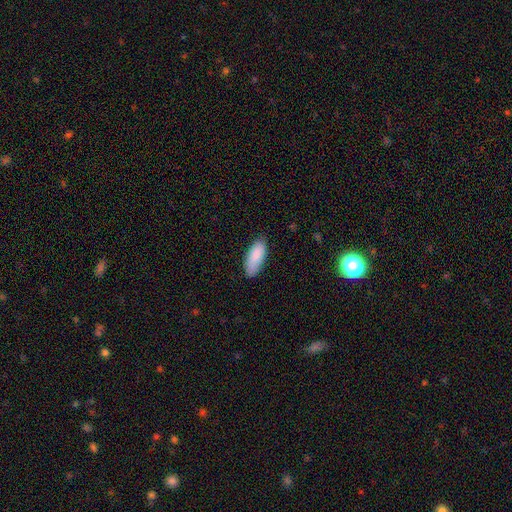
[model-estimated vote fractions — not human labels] Overall: smooth (88%). How rounded: in between (84%). Merging: none (81%).